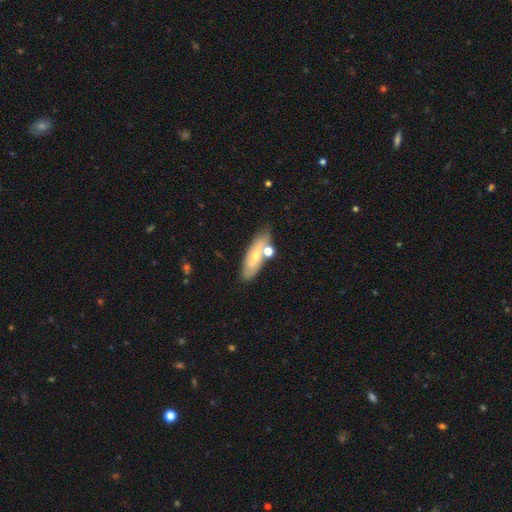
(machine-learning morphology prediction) Smooth or featured? Predicted: featured or disk (p=0.46, tied with smooth). Merging? Predicted: none (p=0.62).